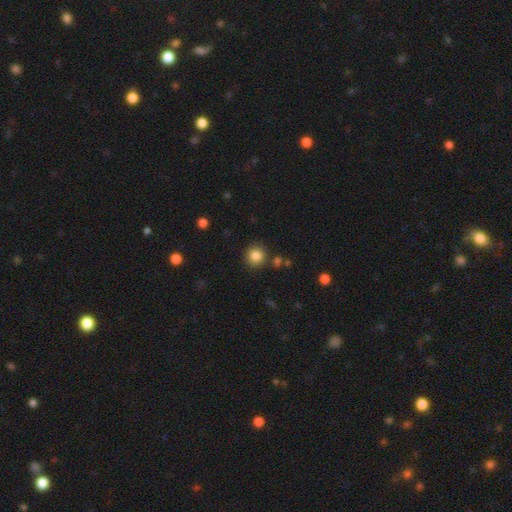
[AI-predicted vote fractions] A smooth galaxy with no disk features (85%) that is round (91%). Merging: none (86%).